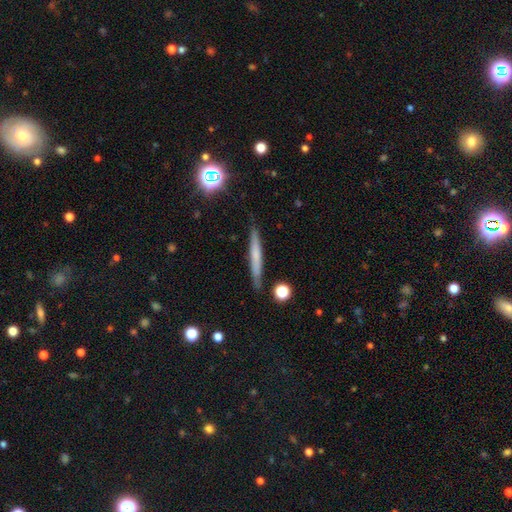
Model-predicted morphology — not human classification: smooth 55%, featured or disk 37%, star or artifact 8%. Down the decision tree: how rounded — cigar-shaped (95%); merging — none (88%).